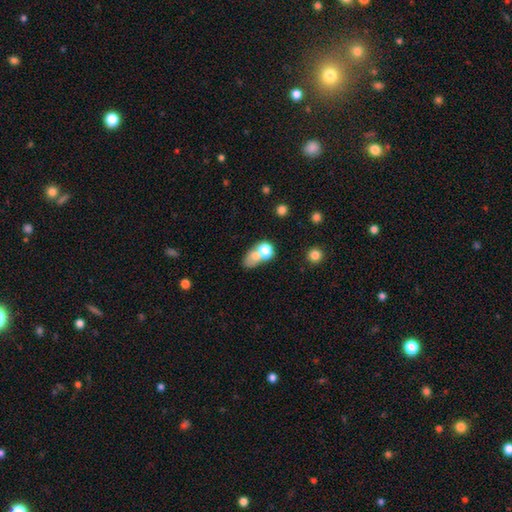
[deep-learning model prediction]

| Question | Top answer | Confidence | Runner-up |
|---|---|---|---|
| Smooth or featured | smooth | 68% | featured or disk (19%) |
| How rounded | in between | 60% | round (38%) |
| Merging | merger | 51% | none (30%) |